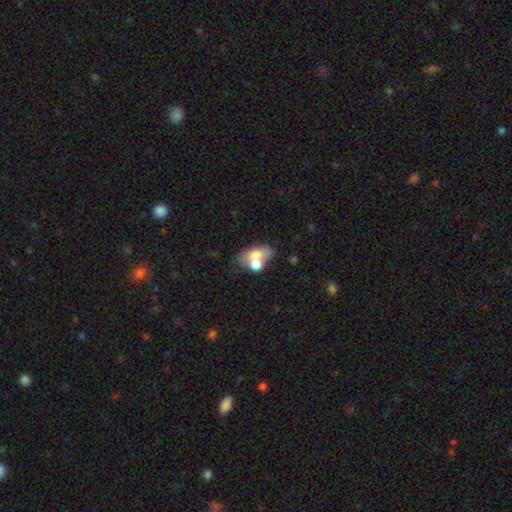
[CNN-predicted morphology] Q: Smooth or featured?
A: smooth (60%); runner-up: featured or disk (30%)
Q: How rounded?
A: in between (81%); runner-up: round (16%)
Q: Merging?
A: merger (49%); runner-up: none (29%)